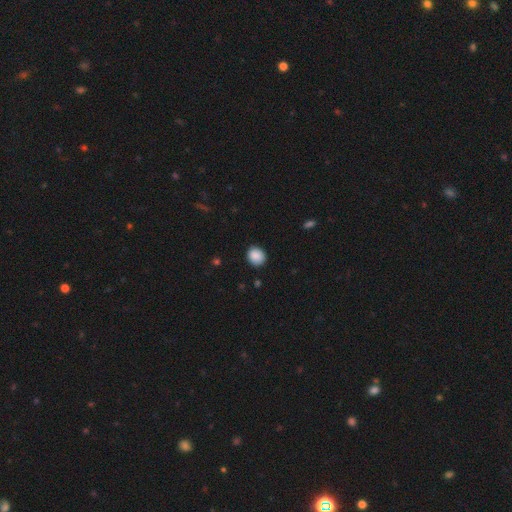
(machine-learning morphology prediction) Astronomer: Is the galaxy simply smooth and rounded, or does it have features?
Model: smooth — 88%.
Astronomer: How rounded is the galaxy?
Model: round — 71%.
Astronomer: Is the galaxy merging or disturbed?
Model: none — 86%.